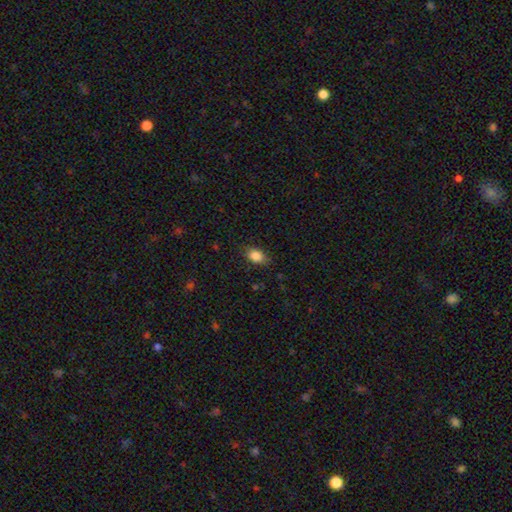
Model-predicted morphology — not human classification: Smooth or featured?
  - smooth: 86% *
  - star or artifact: 9%
  - featured or disk: 6%
How rounded?
  - in between: 78% *
  - round: 20%
  - cigar-shaped: 2%
Merging?
  - none: 82% *
  - minor disturbance: 14%
  - major disturbance: 3%
  - merger: 1%